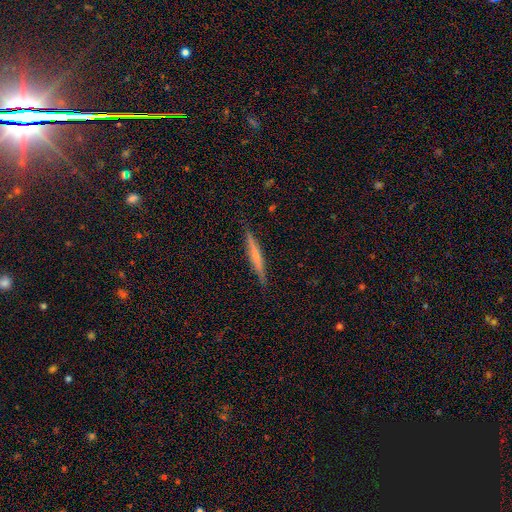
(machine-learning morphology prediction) Smooth or featured: featured or disk — 52% (smooth — 41%)
Edge-on disk: yes — 97% (no — 3%)
Edge-on bulge: none — 48% (rounded — 43%)
Merging: none — 89% (minor disturbance — 9%)